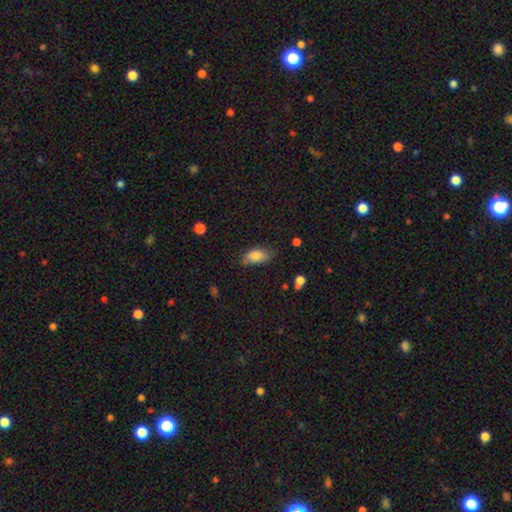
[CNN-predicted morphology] The model was most divided on "merging": none: 69%, minor disturbance: 24%, major disturbance: 6%, merger: 2%. More confident: how rounded — in between (90%); smooth or featured — smooth (82%).